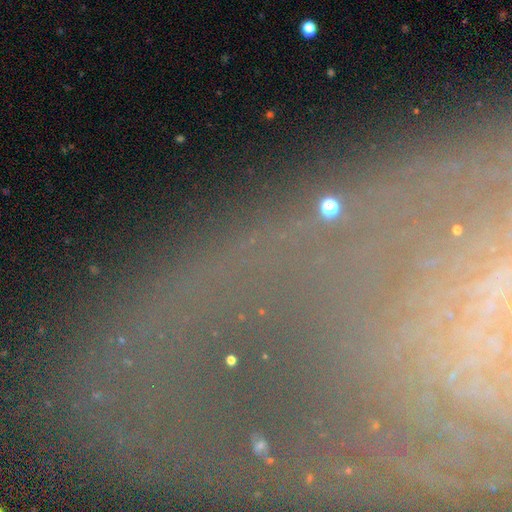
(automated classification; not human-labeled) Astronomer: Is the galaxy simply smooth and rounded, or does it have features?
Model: star or artifact — 51% (runner-up: featured or disk, 34%).